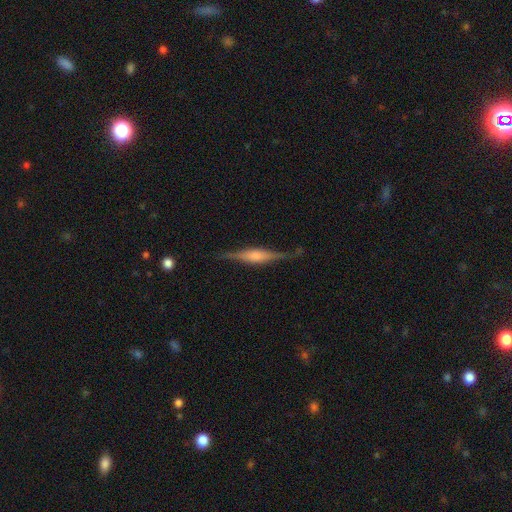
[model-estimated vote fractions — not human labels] The model was most divided on "edge-on bulge": rounded: 57%, boxy: 35%, none: 8%. More confident: edge-on disk — yes (97%); merging — none (83%); smooth or featured — featured or disk (75%).